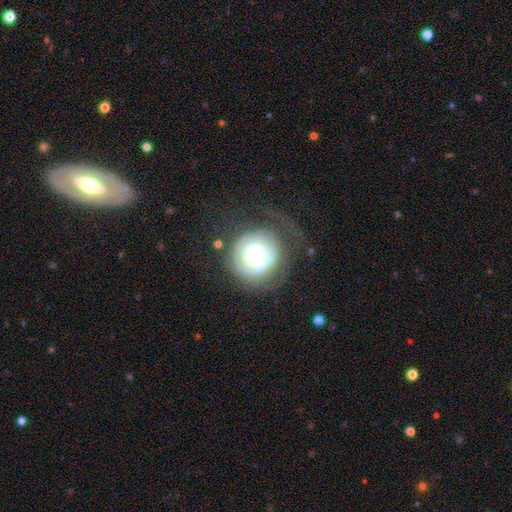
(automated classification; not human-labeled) smooth-or-featured: featured or disk: 53% | smooth: 39% | star or artifact: 8%
  disk-edge-on: no: 97% | yes: 3%
    bar: no: 80% | weak: 15% | strong: 4%
    has-spiral-arms: yes: 62% | no: 38%
    bulge-size: moderate: 38% | large: 35% | small: 13% | dominant: 12% | none: 2%
  merging: none: 38% | major disturbance: 37% | minor disturbance: 21% | merger: 3%